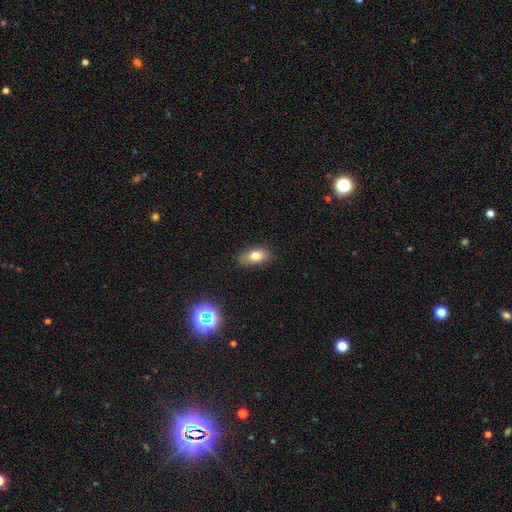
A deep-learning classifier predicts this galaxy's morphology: The model was most divided on "smooth or featured": smooth: 76%, featured or disk: 13%, star or artifact: 11%. More confident: how rounded — in between (86%); merging — none (81%).